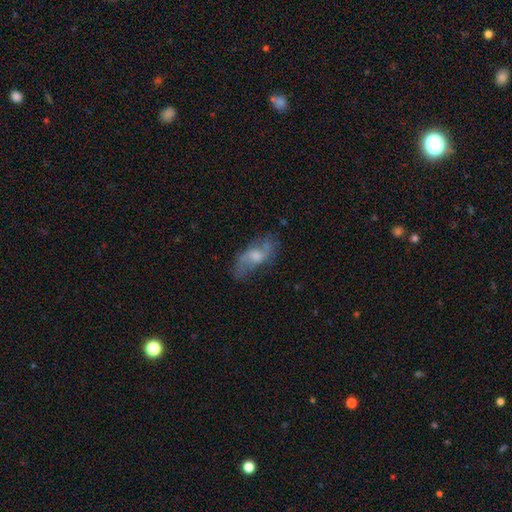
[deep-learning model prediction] Smooth or featured? featured or disk (60%)
Edge-on disk? no (87%)
Bar? no (56%)
Spiral arms? yes (79%)
Bulge size? moderate (53%)
Merging? none (65%)